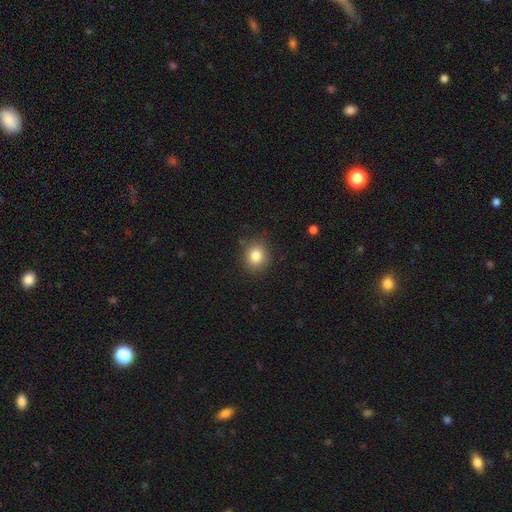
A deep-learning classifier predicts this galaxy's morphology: smooth-or-featured: smooth: 84% | star or artifact: 10% | featured or disk: 6%
  how-rounded: round: 71% | in between: 28% | cigar-shaped: 1%
  merging: none: 84% | minor disturbance: 11% | major disturbance: 3% | merger: 1%